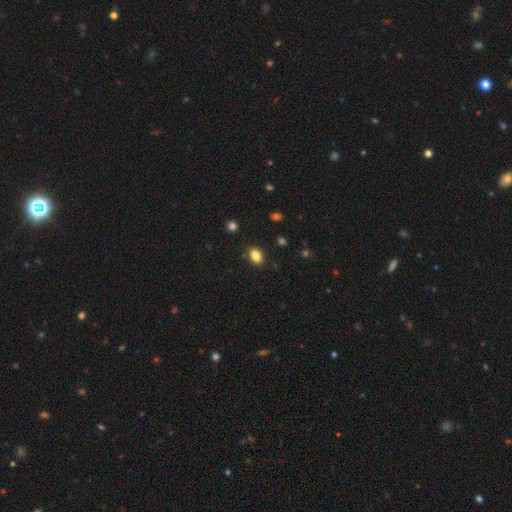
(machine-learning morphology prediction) Smooth or featured? Predicted: smooth (p=0.85). How rounded? Predicted: in between (p=0.79). Merging? Predicted: none (p=0.84).